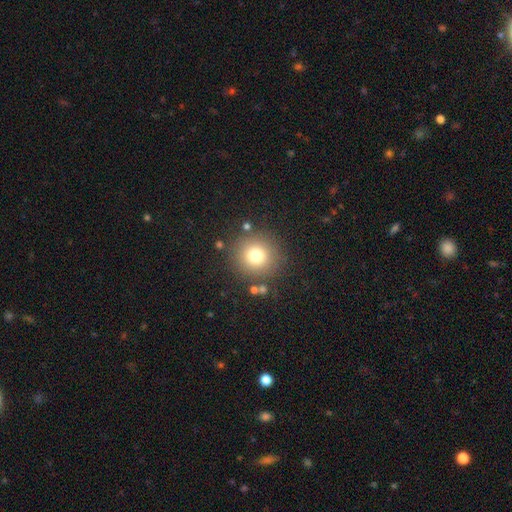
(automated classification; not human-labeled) A smooth galaxy with no disk features (76%) that is round (94%).

Vote fractions:
- Smooth or featured? smooth: 76% / star or artifact: 14% / featured or disk: 10%
- How rounded? round: 94% / in between: 6% / cigar-shaped: 1%
- Merging? none: 85% / minor disturbance: 8% / major disturbance: 4% / merger: 4%